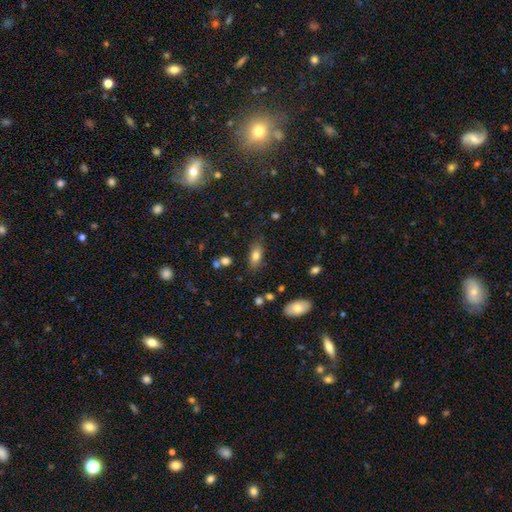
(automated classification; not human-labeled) This is likely a smooth galaxy (79%). How rounded: clearly in between (86%). Merging: likely none (77%).